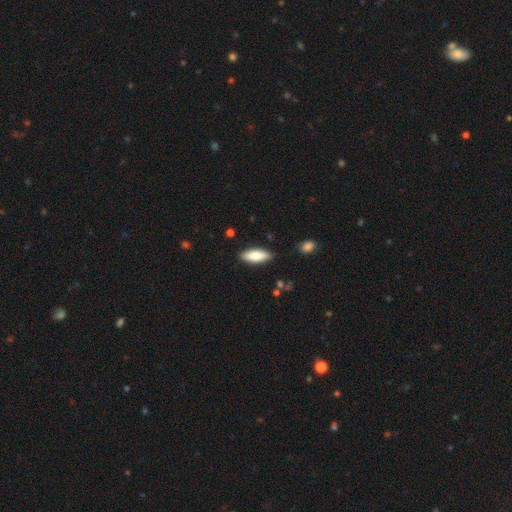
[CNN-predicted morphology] type=smooth (79%); roundness=in between (67%); merging=none (87%).